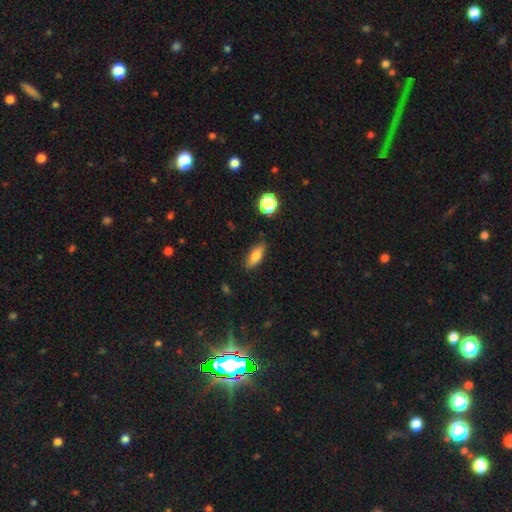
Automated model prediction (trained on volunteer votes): Q: Smooth or featured?
A: smooth (79%); runner-up: featured or disk (13%)
Q: How rounded?
A: in between (68%); runner-up: cigar-shaped (28%)
Q: Merging?
A: none (79%); runner-up: minor disturbance (16%)